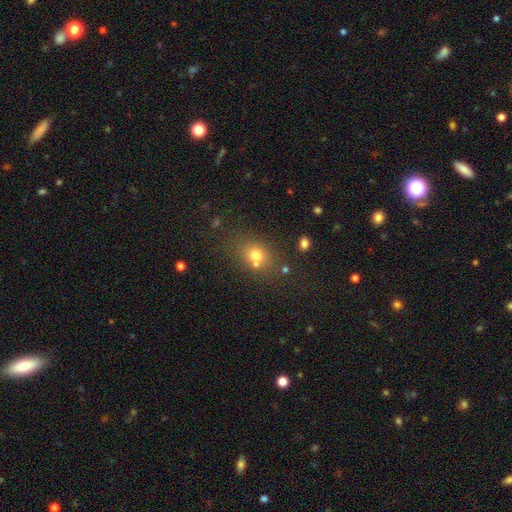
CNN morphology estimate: smooth_or_featured: smooth (p=0.71) [alt: star or artifact p=0.16]
how_rounded: round (p=0.61) [alt: in between p=0.38]
merging: none (p=0.61) [alt: merger p=0.20]